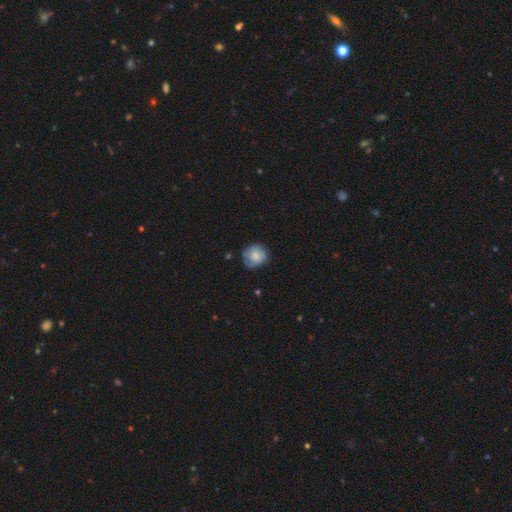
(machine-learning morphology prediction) Smooth or featured?
  - smooth: 70% *
  - featured or disk: 23%
  - star or artifact: 7%
How rounded?
  - round: 84% *
  - in between: 15%
  - cigar-shaped: 1%
Merging?
  - none: 64% *
  - minor disturbance: 27%
  - major disturbance: 8%
  - merger: 2%